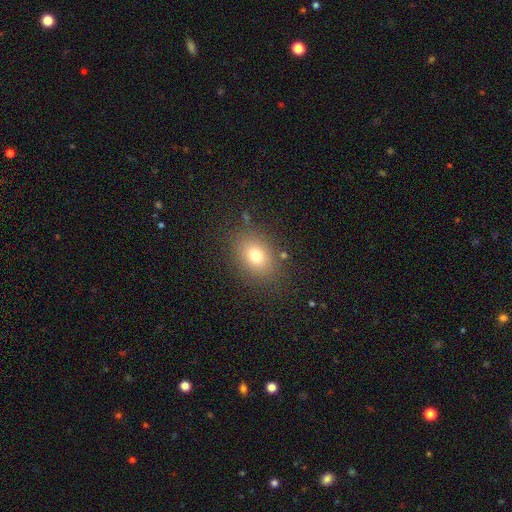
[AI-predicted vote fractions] smooth 74%, star or artifact 14%, featured or disk 12%. Down the decision tree: how rounded — in between (60%); merging — none (83%).